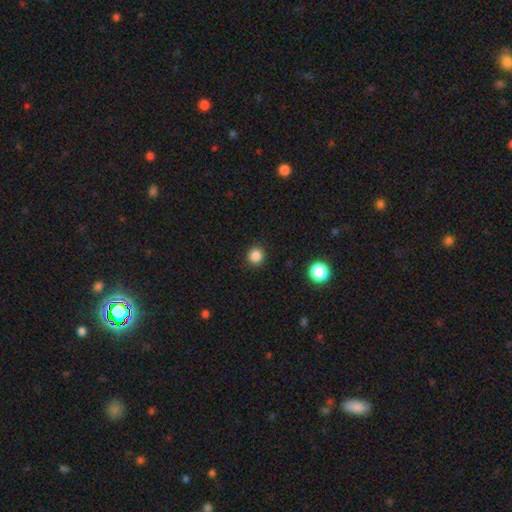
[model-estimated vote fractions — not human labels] The model was most divided on "smooth or featured": smooth: 85%, star or artifact: 12%, featured or disk: 3%. More confident: how rounded — round (93%); merging — none (91%).